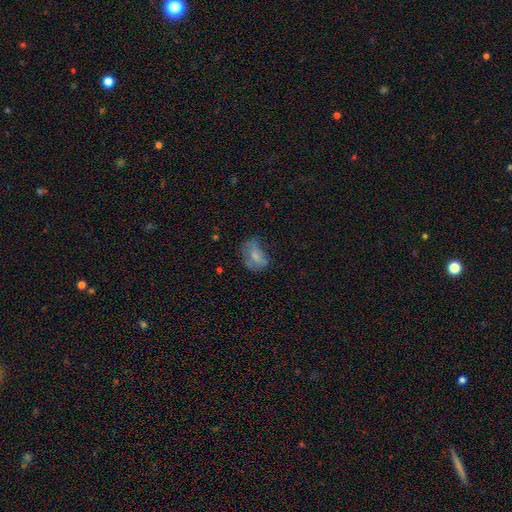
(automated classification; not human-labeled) A smooth galaxy with no disk features (64%) that is in between round and cigar-shaped (76%). Merging: none (43%).